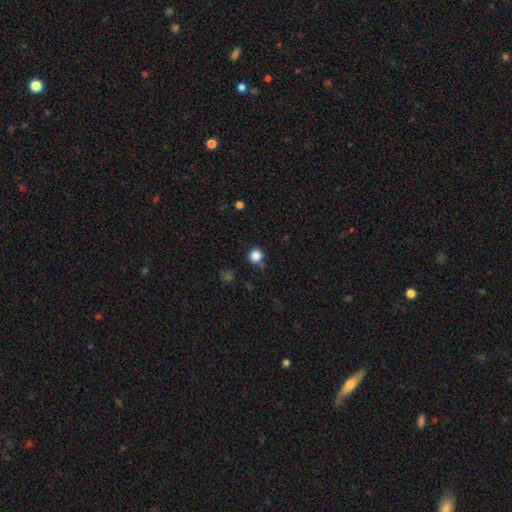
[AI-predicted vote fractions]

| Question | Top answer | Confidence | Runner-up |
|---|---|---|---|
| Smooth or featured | smooth | 85% | star or artifact (12%) |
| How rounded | round | 94% | in between (5%) |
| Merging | none | 77% | minor disturbance (14%) |